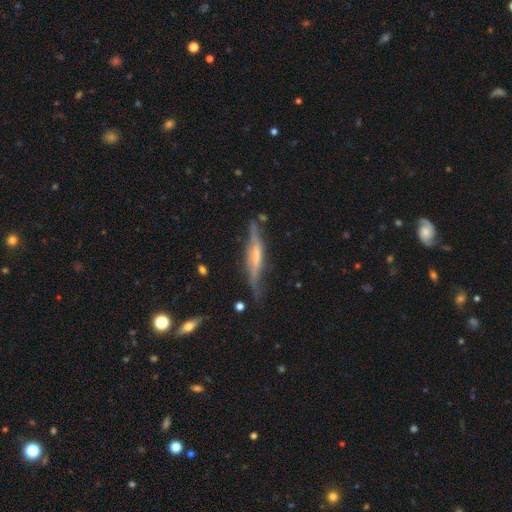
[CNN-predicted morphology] type=featured or disk (72%); edge-on=yes (91%); edge-on bulge=rounded (54%); merging=none (69%).